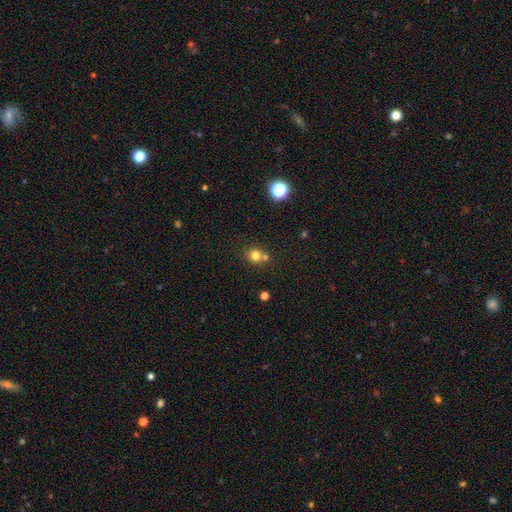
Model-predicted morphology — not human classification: smooth 76%, star or artifact 15%, featured or disk 9%. Down the decision tree: how rounded — round (84%); merging — none (57%).